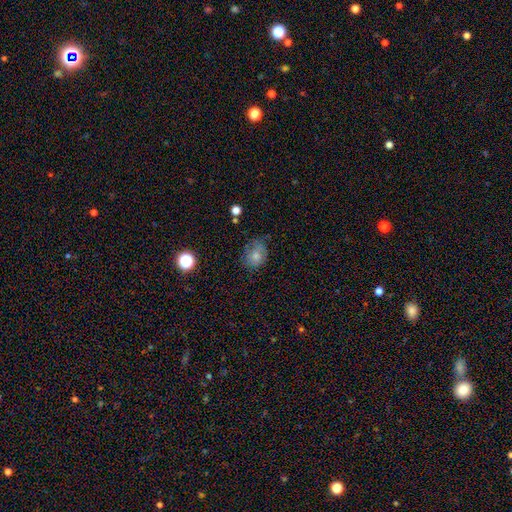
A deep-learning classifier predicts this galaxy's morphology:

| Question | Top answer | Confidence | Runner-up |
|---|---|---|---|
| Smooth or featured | smooth | 71% | featured or disk (18%) |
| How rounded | in between | 57% | round (42%) |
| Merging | none | 54% | minor disturbance (31%) |